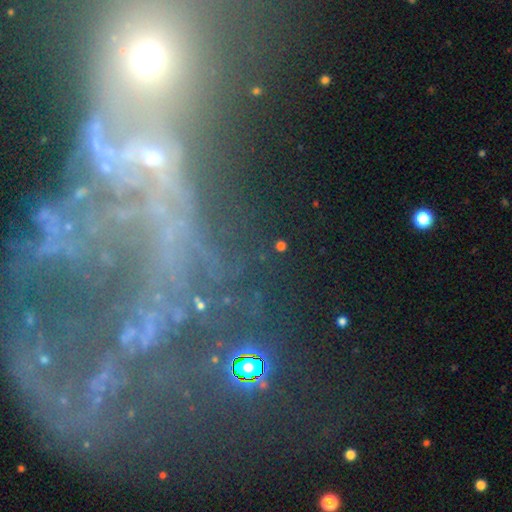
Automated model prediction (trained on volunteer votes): This appears to be a featured or disk galaxy (46%). Merging: none (42%).